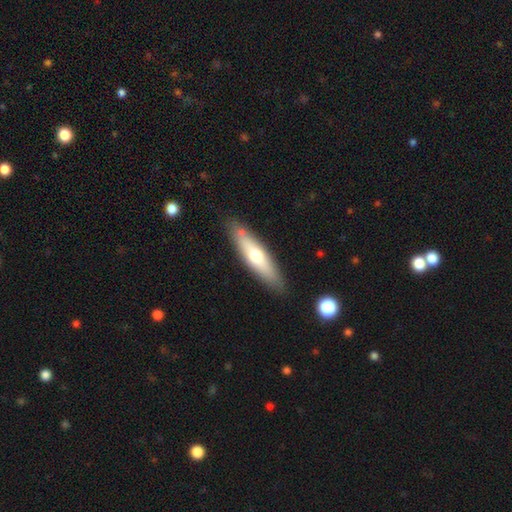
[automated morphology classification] This is possibly a smooth galaxy (55%). How rounded: likely cigar-shaped (71%). Merging: clearly none (85%).